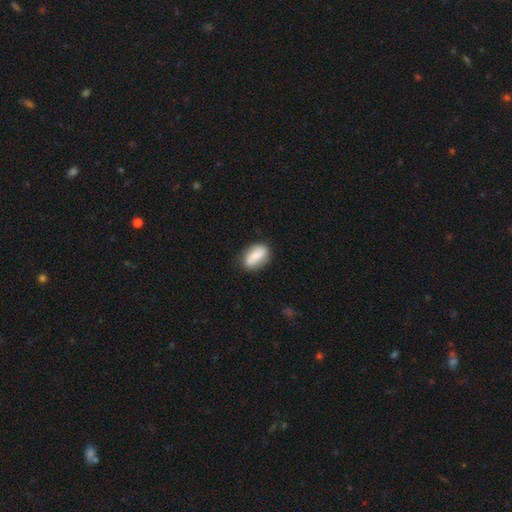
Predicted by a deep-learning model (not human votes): A smooth galaxy with no disk features (66%) that is in between round and cigar-shaped (87%). Merging: none (79%).